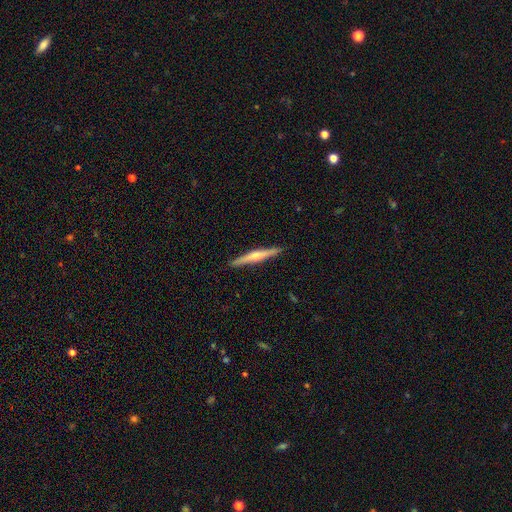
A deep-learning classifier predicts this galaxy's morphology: Smooth or featured?
  - featured or disk: 57% *
  - smooth: 38%
  - star or artifact: 6%
Edge-on disk?
  - yes: 97% *
  - no: 3%
Edge-on bulge?
  - rounded: 74% *
  - none: 18%
  - boxy: 7%
Merging?
  - none: 91% *
  - minor disturbance: 7%
  - major disturbance: 1%
  - merger: 1%